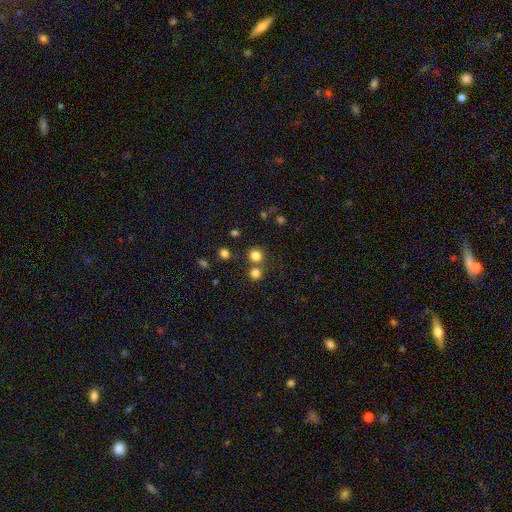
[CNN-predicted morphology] Overall: smooth (79%). How rounded: round (93%). Merging: none (71%).